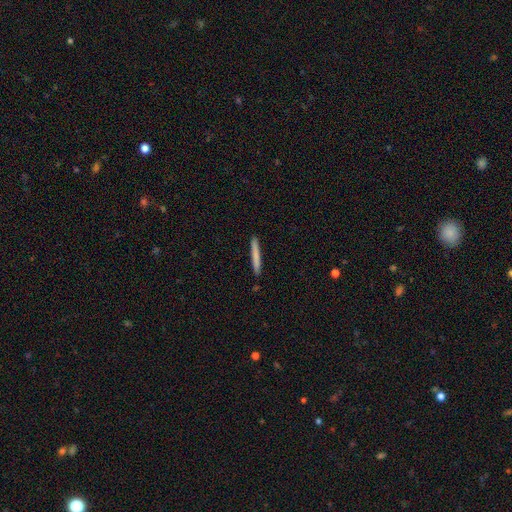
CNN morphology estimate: A smooth galaxy with no disk features (75%) that is cigar-shaped (97%).

Vote fractions:
- Smooth or featured? smooth: 75% / featured or disk: 19% / star or artifact: 6%
- How rounded? cigar-shaped: 97% / in between: 2% / round: 1%
- Merging? none: 91% / minor disturbance: 6% / merger: 1% / major disturbance: 1%